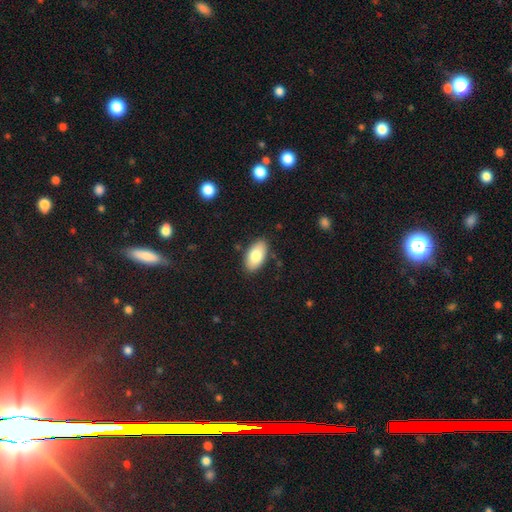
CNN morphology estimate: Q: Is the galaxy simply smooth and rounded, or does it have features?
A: smooth — 81%.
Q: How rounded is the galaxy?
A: in between — 94%.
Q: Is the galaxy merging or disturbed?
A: none — 86%.